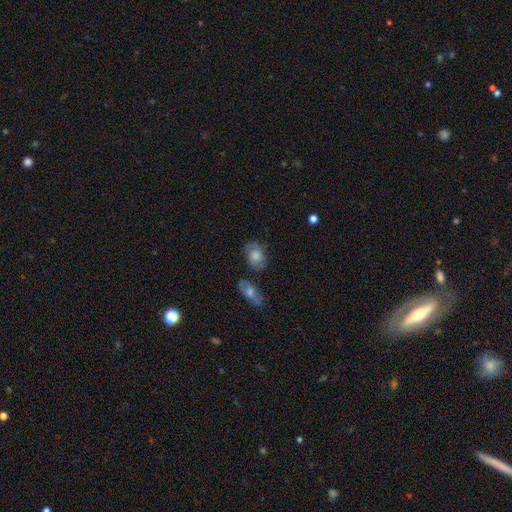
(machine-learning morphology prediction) Smooth or featured?
  - smooth: 75% *
  - featured or disk: 17%
  - star or artifact: 8%
How rounded?
  - in between: 68% *
  - round: 31%
  - cigar-shaped: 2%
Merging?
  - none: 68% *
  - minor disturbance: 20%
  - merger: 7%
  - major disturbance: 6%